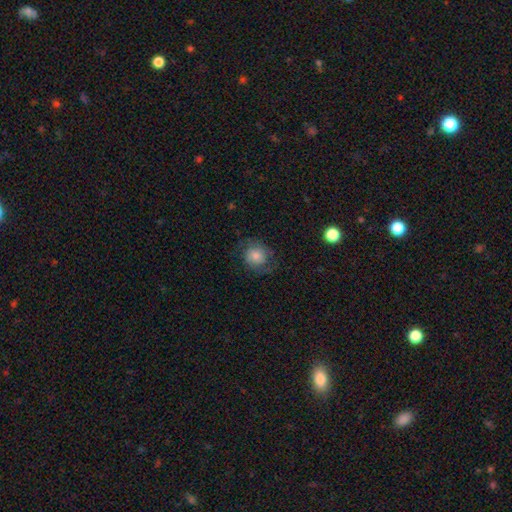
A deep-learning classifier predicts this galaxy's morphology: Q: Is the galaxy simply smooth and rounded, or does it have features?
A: smooth — 57%.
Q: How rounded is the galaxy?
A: round — 78%.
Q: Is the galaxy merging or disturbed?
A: none — 68%.